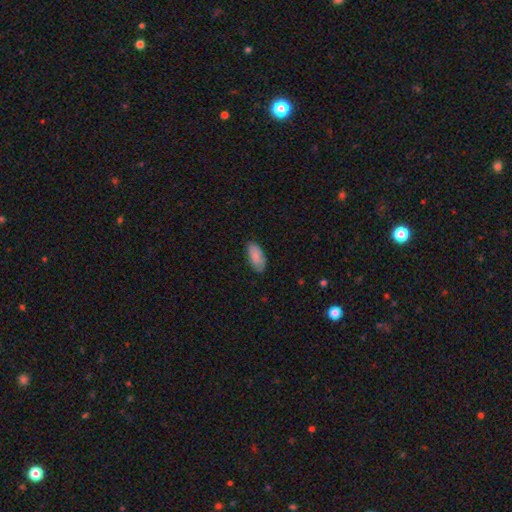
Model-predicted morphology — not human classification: This is clearly a smooth galaxy (86%). How rounded: clearly in between (91%). Merging: likely none (76%).